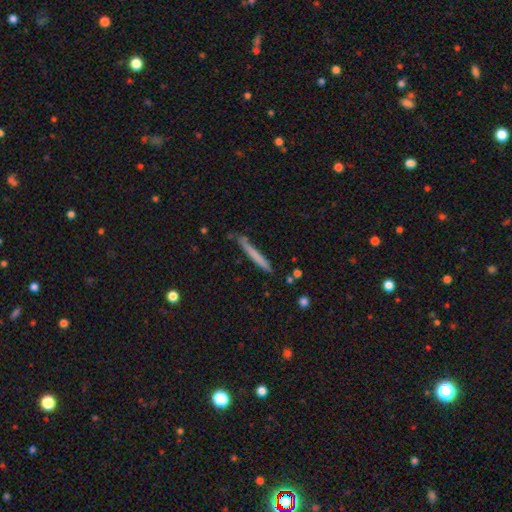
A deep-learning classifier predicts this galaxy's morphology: A smooth galaxy with no disk features (67%) that is cigar-shaped (97%).

Vote fractions:
- Smooth or featured? smooth: 67% / featured or disk: 27% / star or artifact: 6%
- How rounded? cigar-shaped: 97% / in between: 2% / round: 1%
- Merging? none: 81% / minor disturbance: 14% / major disturbance: 3% / merger: 2%